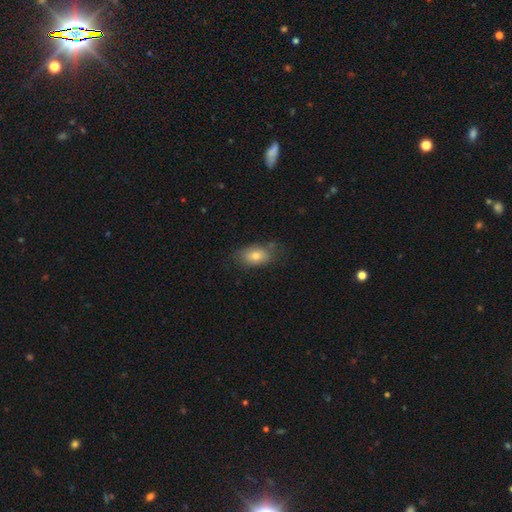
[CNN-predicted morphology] type=smooth (76%); roundness=in between (86%); merging=none (68%).